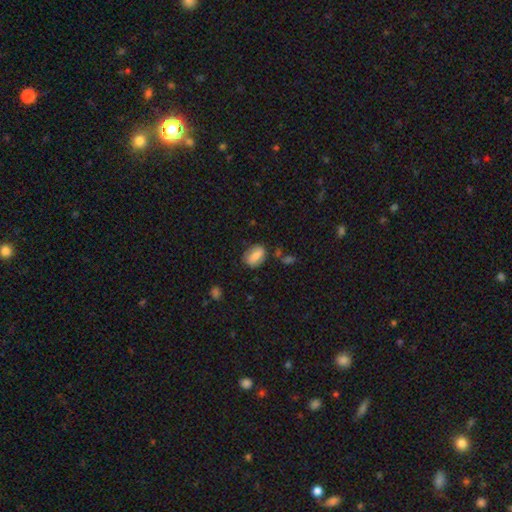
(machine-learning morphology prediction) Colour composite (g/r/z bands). It shows a smooth galaxy with no disk features (61%) that is in between round and cigar-shaped (75%). Merging: none (73%).